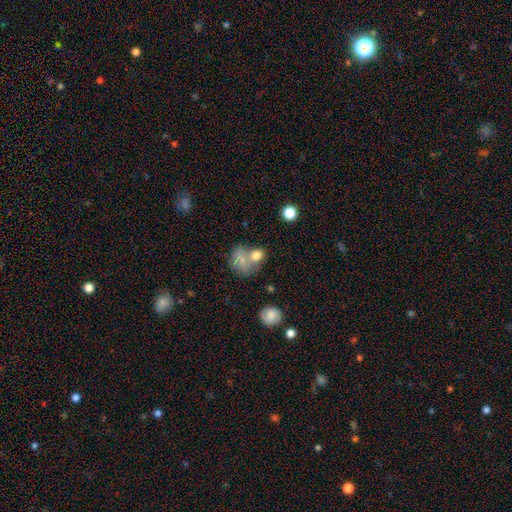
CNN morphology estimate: type=smooth (75%); roundness=round (62%); merging=merger (47%).